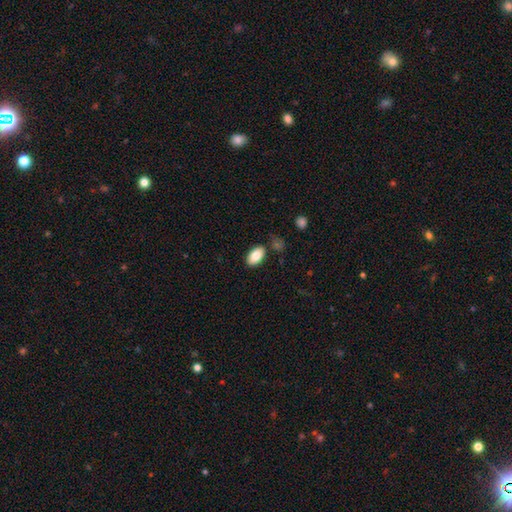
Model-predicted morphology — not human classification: smooth 84%, featured or disk 9%, star or artifact 7%. Down the decision tree: how rounded — in between (94%); merging — none (81%).